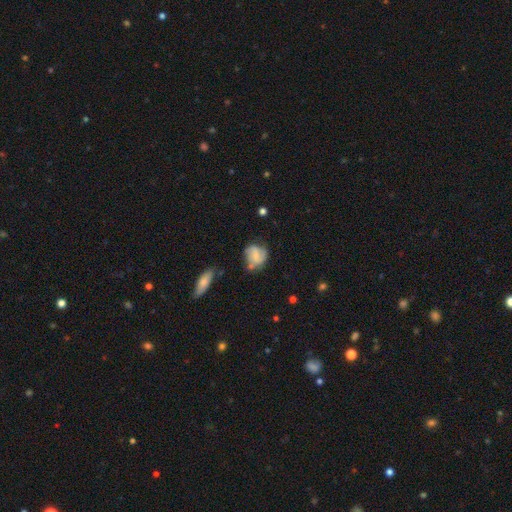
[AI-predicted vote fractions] A smooth galaxy with no disk features (46%, tied with featured or disk).

Vote fractions:
- Smooth or featured? smooth: 46% (tied) / featured or disk: 46% (tied) / star or artifact: 8%
- Merging? none: 52% / minor disturbance: 28% / major disturbance: 13% / merger: 7%